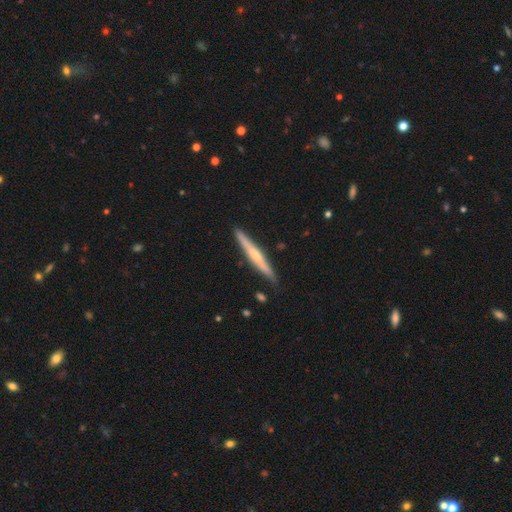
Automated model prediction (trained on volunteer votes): Smooth or featured: featured or disk — 53% (smooth — 41%)
Edge-on disk: yes — 96% (no — 4%)
Edge-on bulge: rounded — 54% (none — 37%)
Merging: none — 86% (minor disturbance — 10%)